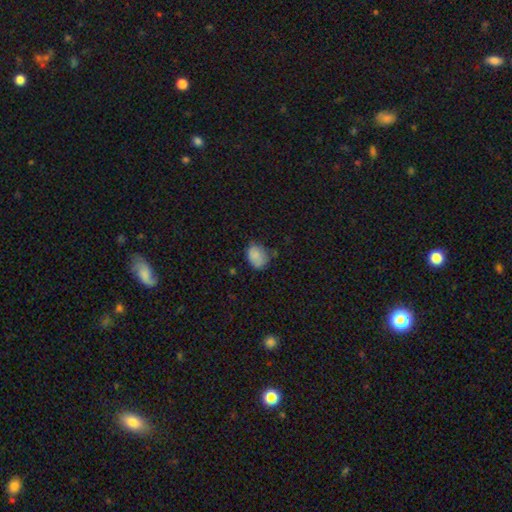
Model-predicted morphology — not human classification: Q: Smooth or featured?
A: smooth (83%); runner-up: star or artifact (9%)
Q: How rounded?
A: in between (64%); runner-up: round (35%)
Q: Merging?
A: none (61%); runner-up: minor disturbance (30%)